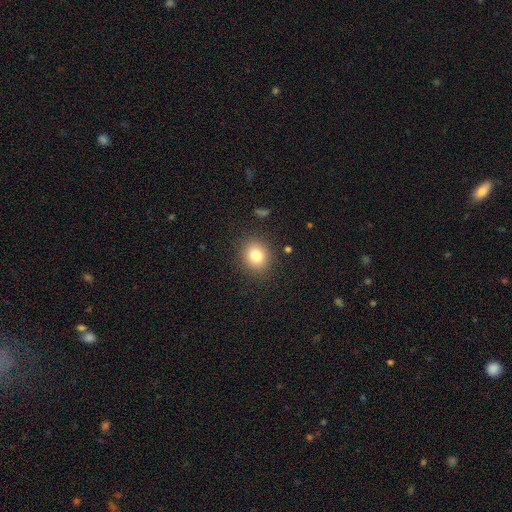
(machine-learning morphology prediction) type=smooth (80%); roundness=round (72%); merging=none (88%).